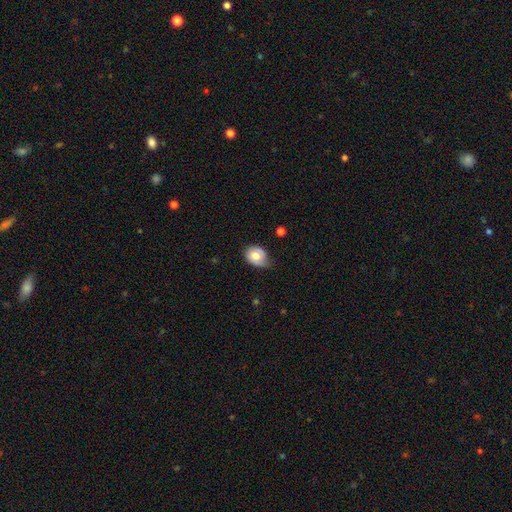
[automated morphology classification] A smooth galaxy with no disk features (65%) that is in between round and cigar-shaped (53%). Merging: none (47%).